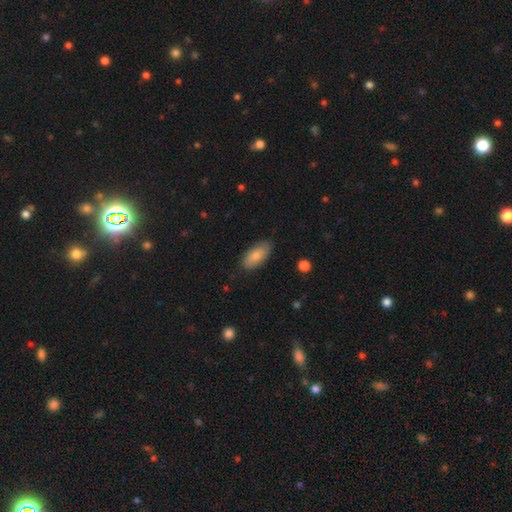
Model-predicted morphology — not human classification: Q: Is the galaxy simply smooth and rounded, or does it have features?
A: smooth — 82%.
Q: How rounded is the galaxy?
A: in between — 90%.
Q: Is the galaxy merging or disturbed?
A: none — 82%.